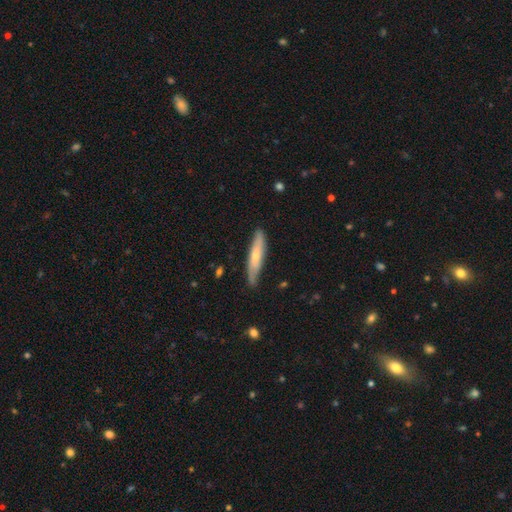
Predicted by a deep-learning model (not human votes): Smooth or featured: smooth — 57% (featured or disk — 37%)
How rounded: cigar-shaped — 86% (in between — 12%)
Merging: none — 80% (minor disturbance — 16%)